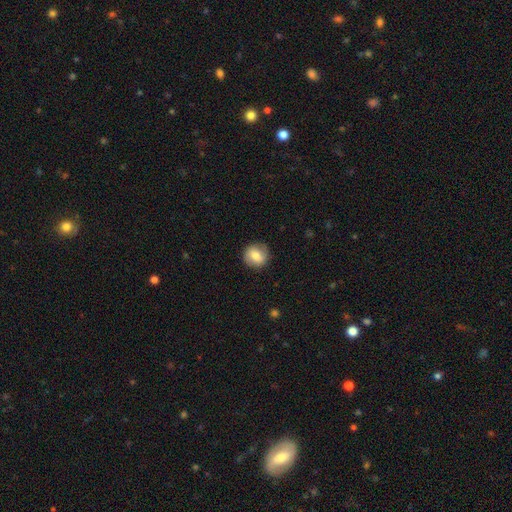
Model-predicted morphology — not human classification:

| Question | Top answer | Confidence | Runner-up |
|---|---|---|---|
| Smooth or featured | smooth | 65% | featured or disk (27%) |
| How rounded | round | 87% | in between (12%) |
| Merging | none | 86% | minor disturbance (10%) |